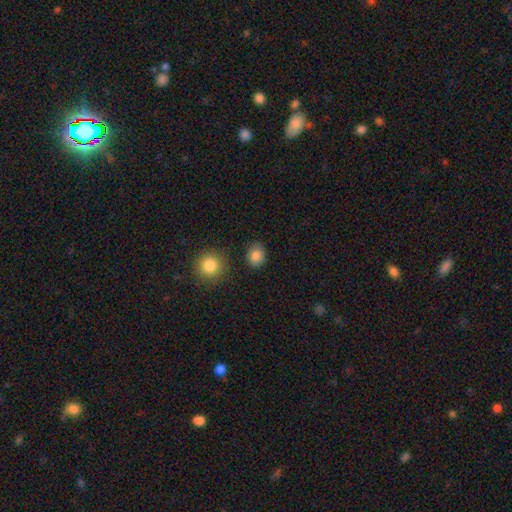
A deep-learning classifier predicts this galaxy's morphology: smooth-or-featured: smooth: 85% | star or artifact: 10% | featured or disk: 5%
  how-rounded: round: 61% | in between: 38% | cigar-shaped: 1%
  merging: none: 83% | minor disturbance: 11% | merger: 3% | major disturbance: 3%